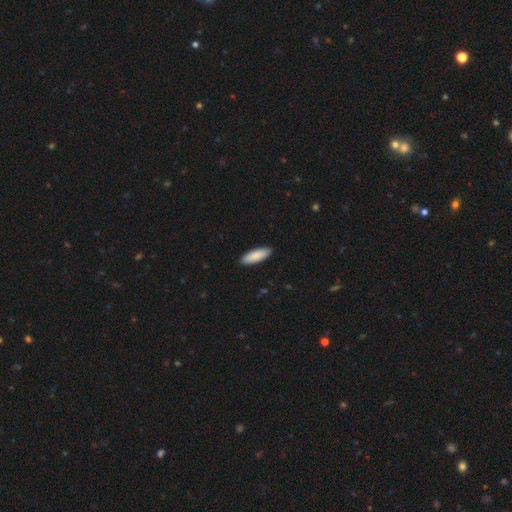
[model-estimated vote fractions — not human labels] smooth_or_featured: smooth (p=0.88) [alt: featured or disk p=0.07]
how_rounded: in between (p=0.57) [alt: cigar-shaped p=0.42]
merging: none (p=0.91) [alt: minor disturbance p=0.07]